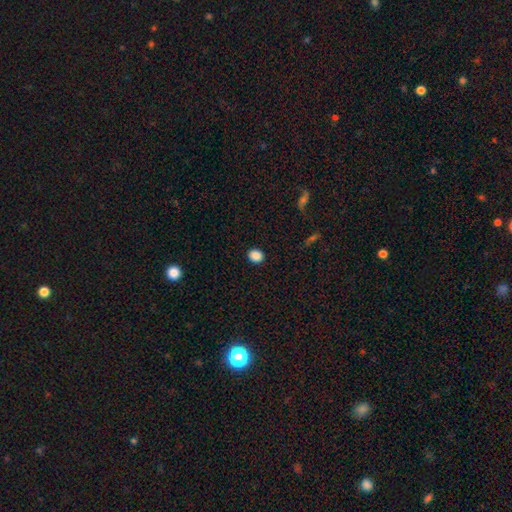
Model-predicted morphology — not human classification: A smooth galaxy with no disk features (88%) that is round (59%). Merging: none (91%).